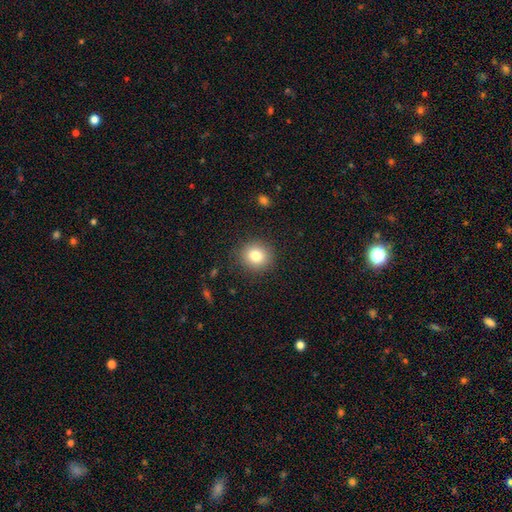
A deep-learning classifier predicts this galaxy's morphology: A smooth galaxy with no disk features (82%) that is round (89%). Merging: none (89%).